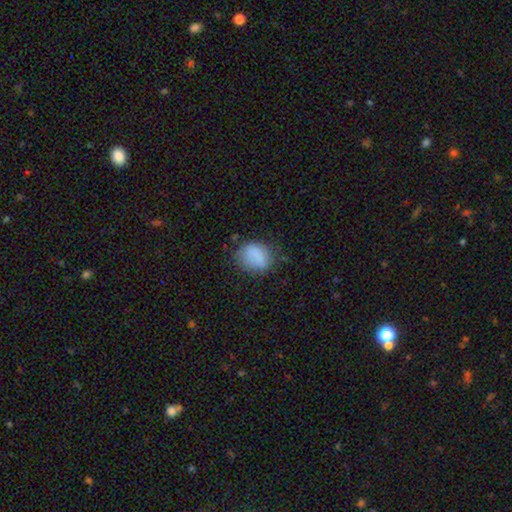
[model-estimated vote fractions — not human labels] A smooth galaxy with no disk features (82%) that is in between round and cigar-shaped (50%). Merging: none (63%).